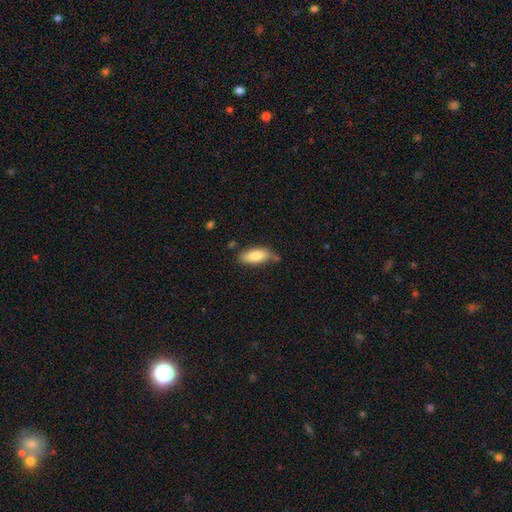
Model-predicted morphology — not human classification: type=smooth (80%); roundness=in between (81%); merging=none (68%).